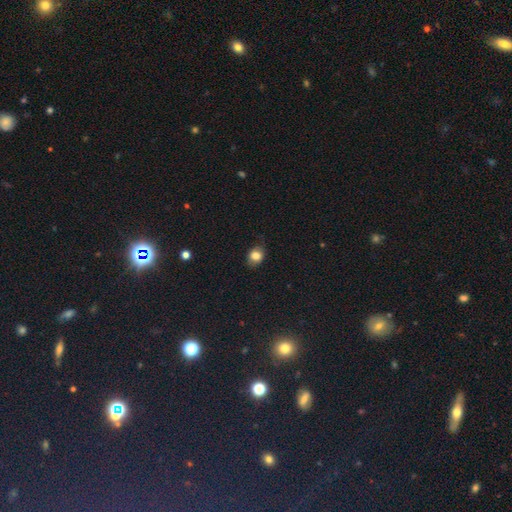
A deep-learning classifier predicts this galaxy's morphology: Smooth or featured? Predicted: smooth (p=0.81). How rounded? Predicted: in between (p=0.49, tied with round). Merging? Predicted: none (p=0.79).